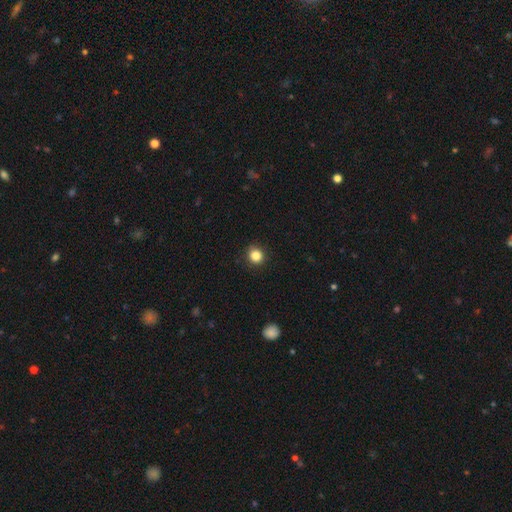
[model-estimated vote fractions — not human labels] Smooth or featured? Predicted: smooth (p=0.85). How rounded? Predicted: round (p=0.87). Merging? Predicted: none (p=0.90).